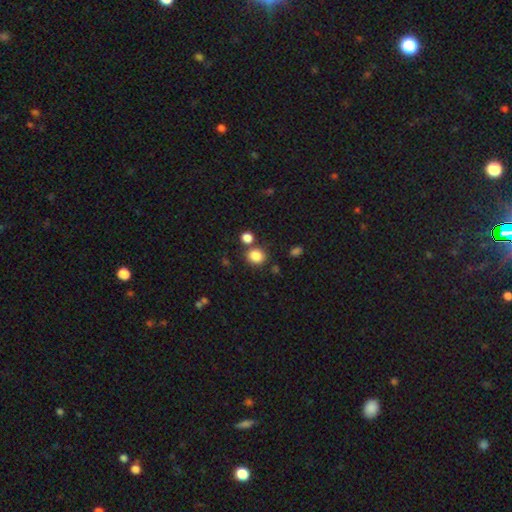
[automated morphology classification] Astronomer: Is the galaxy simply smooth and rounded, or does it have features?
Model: smooth — 84%.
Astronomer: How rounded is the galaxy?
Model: round — 72%.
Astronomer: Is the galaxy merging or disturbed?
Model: none — 72%.